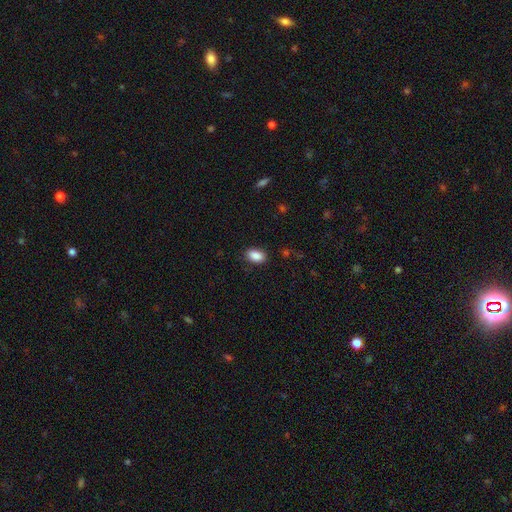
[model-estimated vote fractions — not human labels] The model was most divided on "merging": none: 85%, minor disturbance: 11%, major disturbance: 3%, merger: 1%. More confident: how rounded — in between (89%); smooth or featured — smooth (89%).